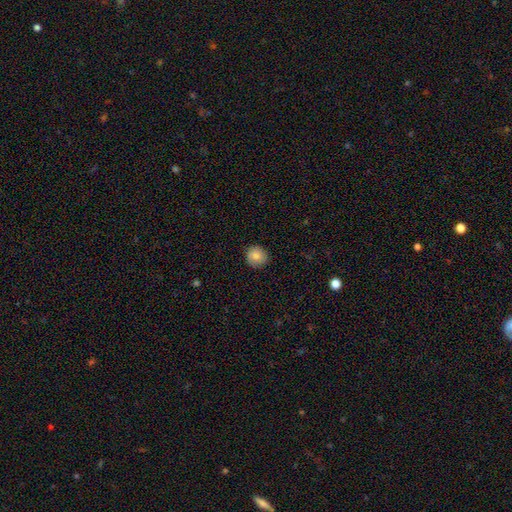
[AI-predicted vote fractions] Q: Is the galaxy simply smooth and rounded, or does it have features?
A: smooth — 82%.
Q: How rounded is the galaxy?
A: round — 90%.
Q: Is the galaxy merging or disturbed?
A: none — 86%.